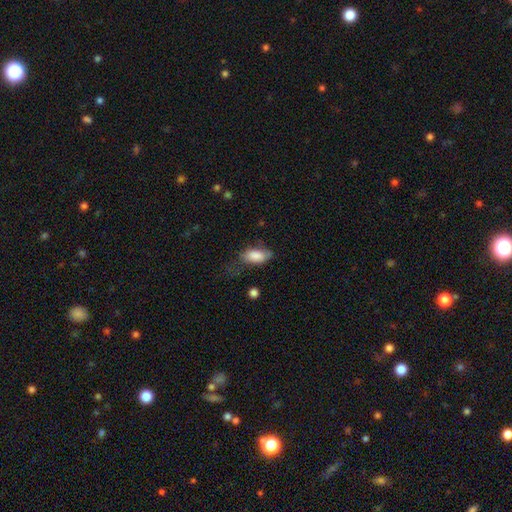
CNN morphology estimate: This appears to be a smooth galaxy with no disk features (83%) that is in between round and cigar-shaped (90%). Merging: none (44%).